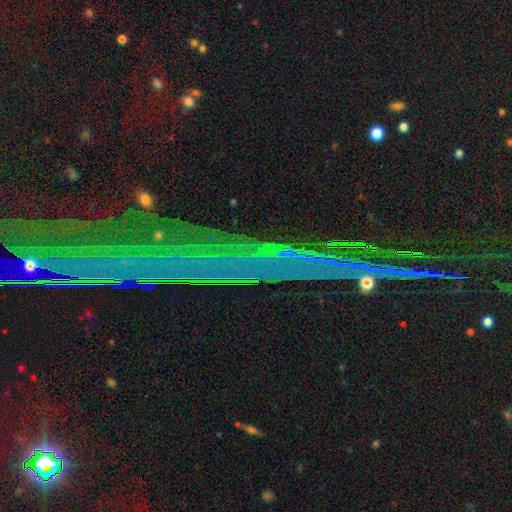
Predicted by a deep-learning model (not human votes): smooth-or-featured: star or artifact: 84% | featured or disk: 9% | smooth: 7%